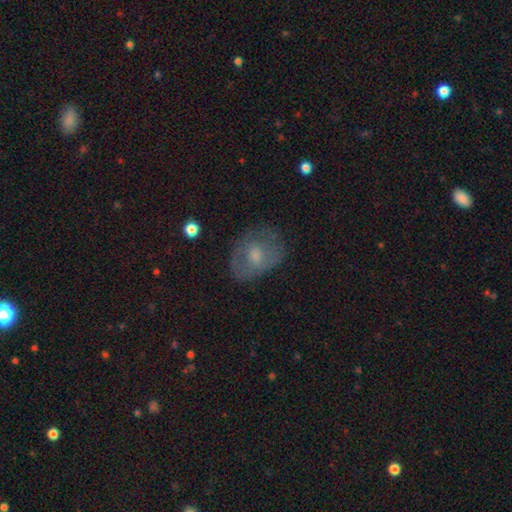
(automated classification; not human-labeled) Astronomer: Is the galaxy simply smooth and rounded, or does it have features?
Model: smooth — 46% (runner-up: featured or disk, 41%).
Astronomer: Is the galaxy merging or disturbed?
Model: none — 68%.